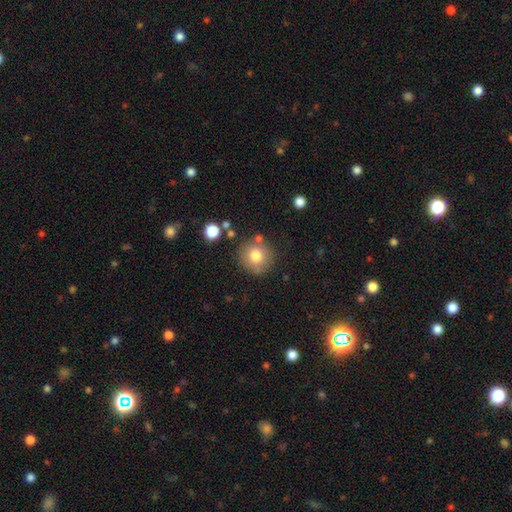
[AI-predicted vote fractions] smooth 77%, featured or disk 12%, star or artifact 11%. Down the decision tree: how rounded — round (92%); merging — none (81%).